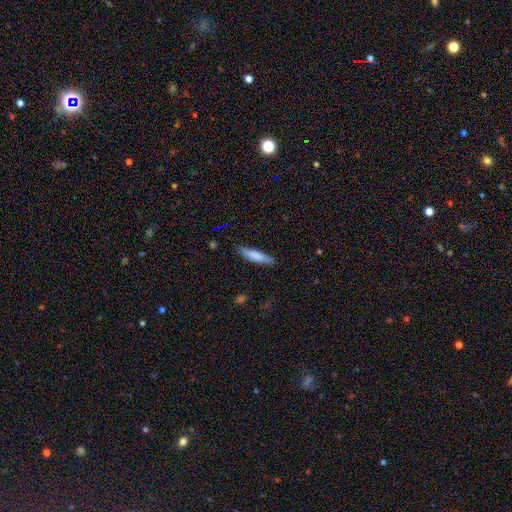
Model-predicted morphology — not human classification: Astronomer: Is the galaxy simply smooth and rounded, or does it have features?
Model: smooth — 77%.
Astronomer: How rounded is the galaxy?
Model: cigar-shaped — 78%.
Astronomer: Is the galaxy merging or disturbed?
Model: none — 84%.